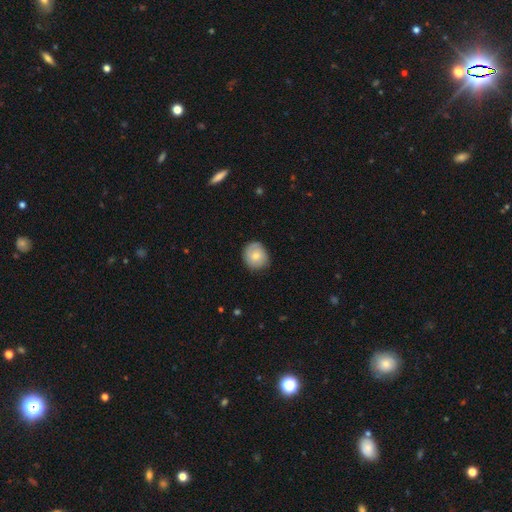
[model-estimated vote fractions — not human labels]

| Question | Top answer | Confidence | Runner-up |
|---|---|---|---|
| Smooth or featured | smooth | 71% | featured or disk (22%) |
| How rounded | round | 81% | in between (18%) |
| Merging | none | 79% | minor disturbance (17%) |